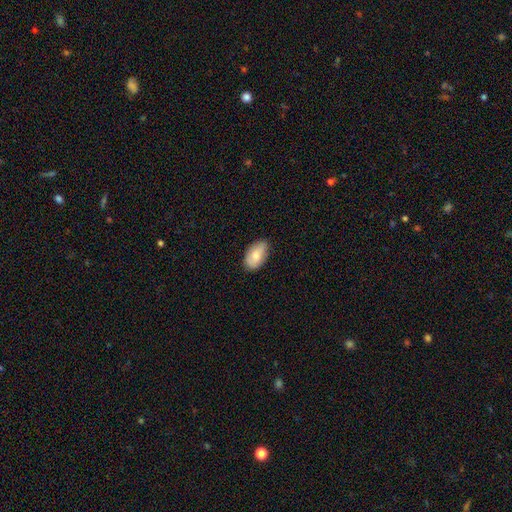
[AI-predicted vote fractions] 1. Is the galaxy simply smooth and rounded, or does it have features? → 74% smooth, 19% featured or disk, 6% star or artifact.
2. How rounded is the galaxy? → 93% in between, 6% round, 2% cigar-shaped.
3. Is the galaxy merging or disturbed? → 78% none, 18% minor disturbance, 3% major disturbance, 1% merger.